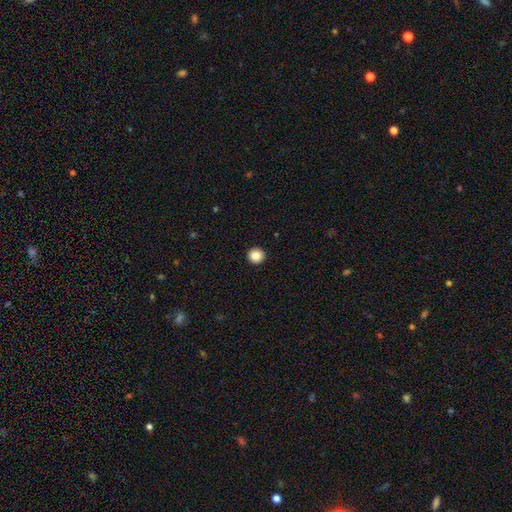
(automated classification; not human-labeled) The model was most divided on "smooth or featured": smooth: 87%, star or artifact: 10%, featured or disk: 3%. More confident: how rounded — round (95%); merging — none (94%).